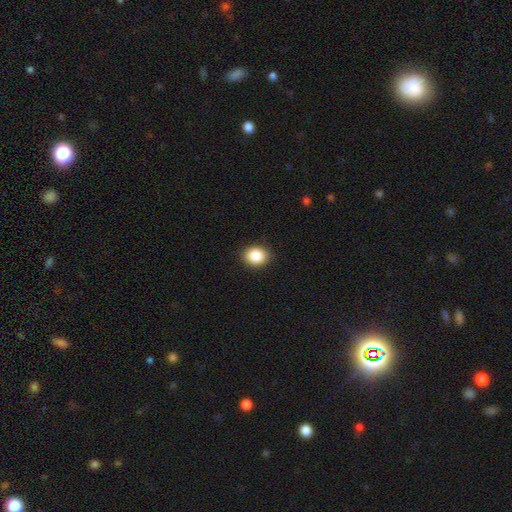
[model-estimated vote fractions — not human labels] This is clearly a smooth galaxy (88%). How rounded: possibly round (52%). Merging: clearly none (90%).